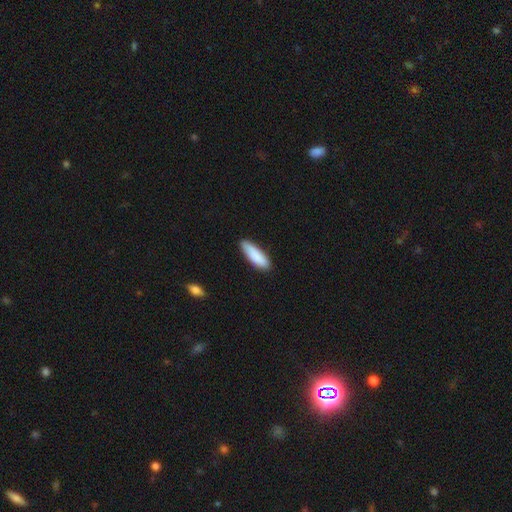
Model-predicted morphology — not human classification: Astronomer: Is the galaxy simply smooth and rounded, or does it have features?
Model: smooth — 89%.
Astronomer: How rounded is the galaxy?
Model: cigar-shaped — 52% (runner-up: in between, 47%).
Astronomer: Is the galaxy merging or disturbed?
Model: none — 86%.